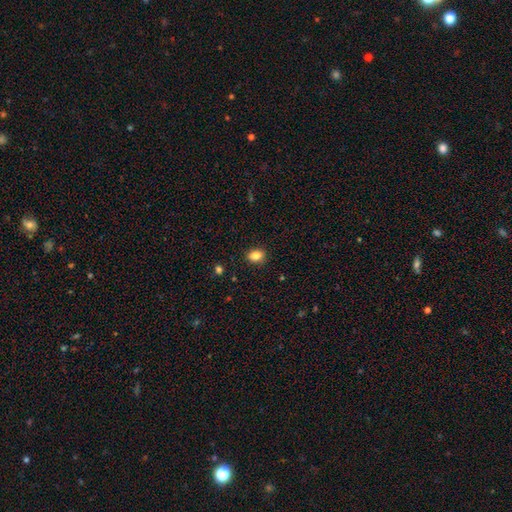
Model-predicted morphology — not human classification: Smooth or featured: smooth — 83% (star or artifact — 10%)
How rounded: in between — 60% (round — 39%)
Merging: none — 88% (minor disturbance — 9%)